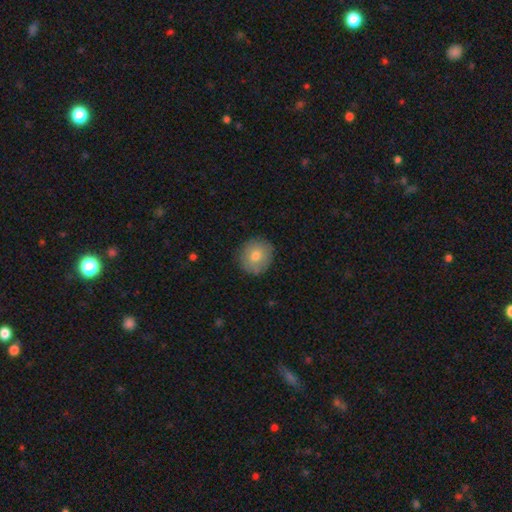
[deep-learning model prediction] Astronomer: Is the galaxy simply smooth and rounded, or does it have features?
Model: smooth — 75%.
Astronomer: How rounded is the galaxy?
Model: round — 87%.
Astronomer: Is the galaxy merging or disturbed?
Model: none — 86%.